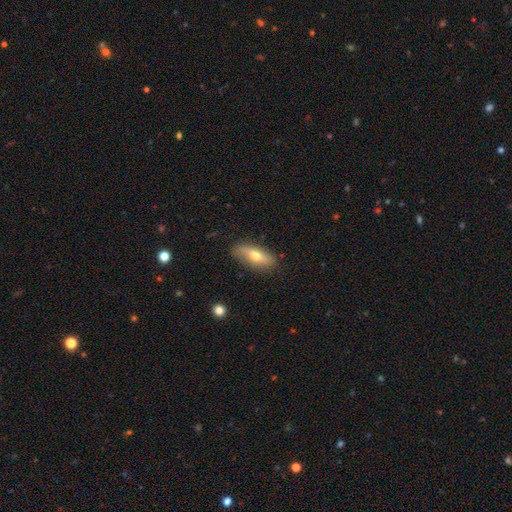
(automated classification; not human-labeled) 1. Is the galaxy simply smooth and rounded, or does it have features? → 54% smooth, 39% featured or disk, 7% star or artifact.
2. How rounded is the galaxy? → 65% in between, 31% cigar-shaped, 4% round.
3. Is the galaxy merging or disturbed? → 81% none, 14% minor disturbance, 3% major disturbance, 1% merger.